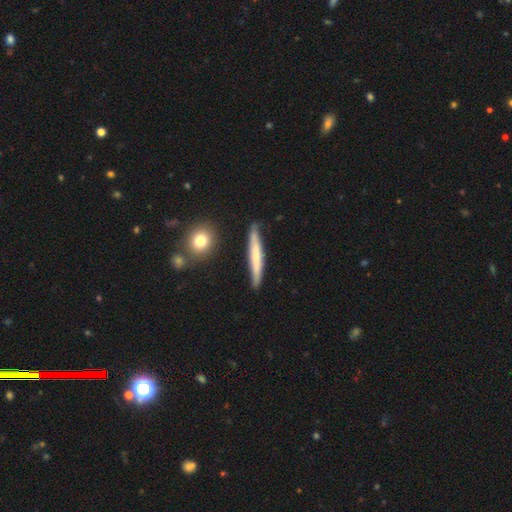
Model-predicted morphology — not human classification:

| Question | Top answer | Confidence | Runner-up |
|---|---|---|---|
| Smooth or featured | smooth | 53% | featured or disk (41%) |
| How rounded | cigar-shaped | 95% | in between (3%) |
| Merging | none | 84% | minor disturbance (12%) |